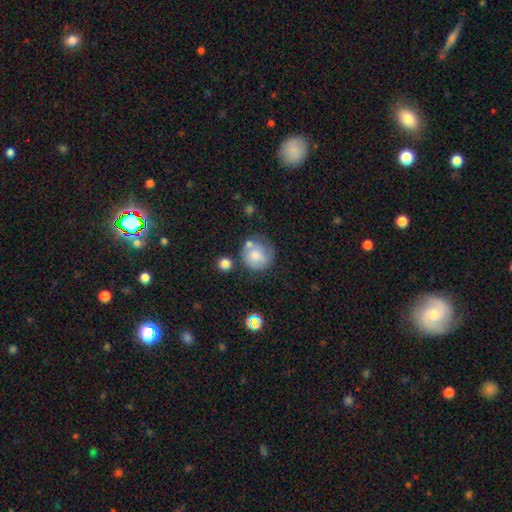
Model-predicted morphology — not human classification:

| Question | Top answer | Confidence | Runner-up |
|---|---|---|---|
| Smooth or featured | smooth | 69% | featured or disk (22%) |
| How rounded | round | 88% | in between (11%) |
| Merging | none | 55% | minor disturbance (21%) |